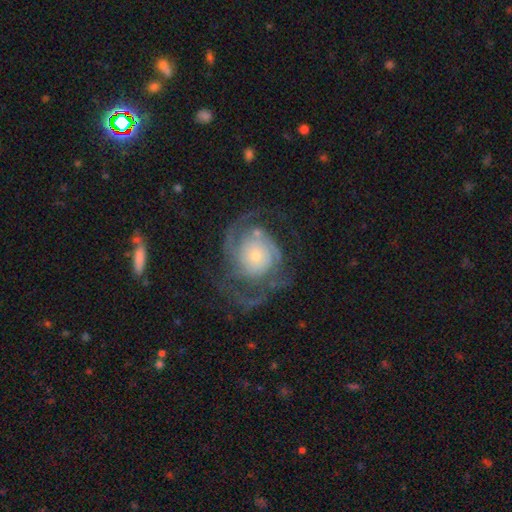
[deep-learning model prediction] Smooth or featured: featured or disk — 85% (smooth — 9%)
Edge-on disk: no — 98% (yes — 2%)
Bar: no — 79% (weak — 17%)
Spiral arms: yes — 94% (no — 6%)
Spiral winding: tight — 44% (medium — 39%)
Spiral arm count: 2 — 47% (3 — 20%)
Bulge size: small — 66% (moderate — 27%)
Merging: none — 58% (major disturbance — 23%)